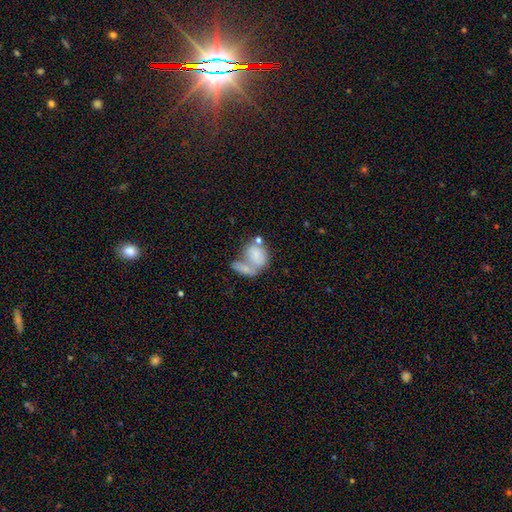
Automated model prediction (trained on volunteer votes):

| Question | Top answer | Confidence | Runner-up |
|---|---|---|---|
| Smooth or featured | smooth | 69% | featured or disk (23%) |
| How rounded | in between | 68% | round (29%) |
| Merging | merger | 61% | none (19%) |